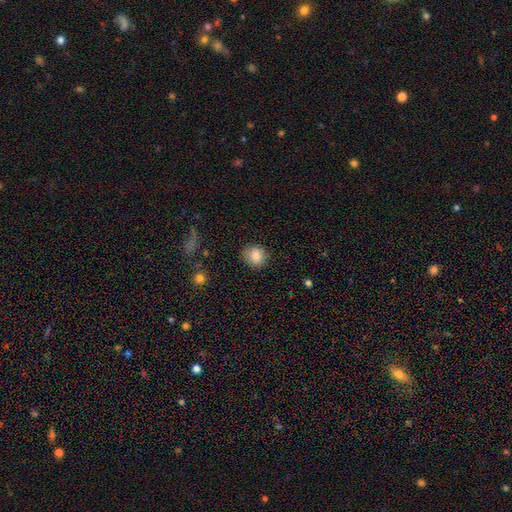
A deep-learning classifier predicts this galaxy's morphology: This is clearly a smooth galaxy (85%). How rounded: clearly round (82%). Merging: clearly none (86%).